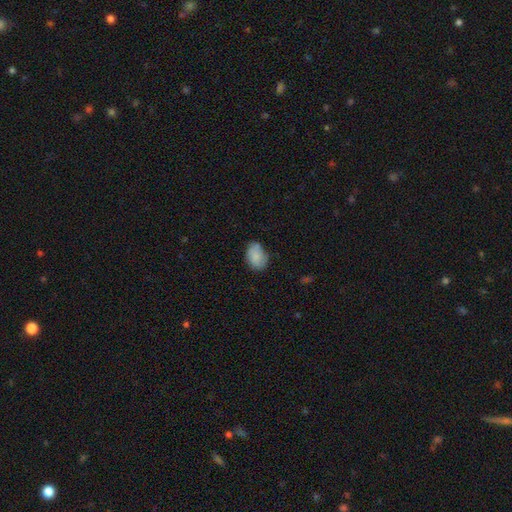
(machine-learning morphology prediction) Smooth or featured: smooth — 83% (featured or disk — 10%)
How rounded: in between — 80% (round — 18%)
Merging: none — 65% (minor disturbance — 26%)